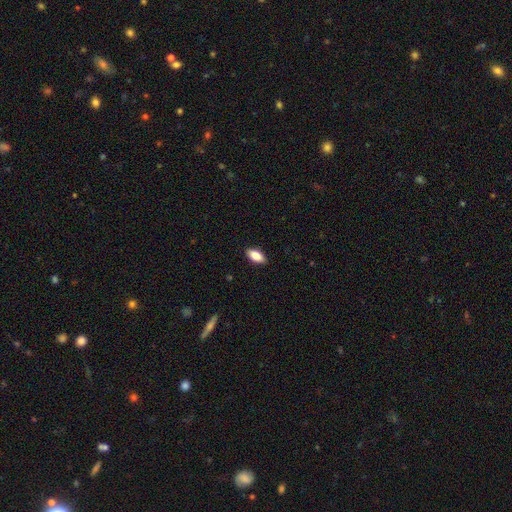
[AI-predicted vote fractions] This appears to be a smooth galaxy with no disk features (83%) that is in between round and cigar-shaped (90%). Merging: none (89%).